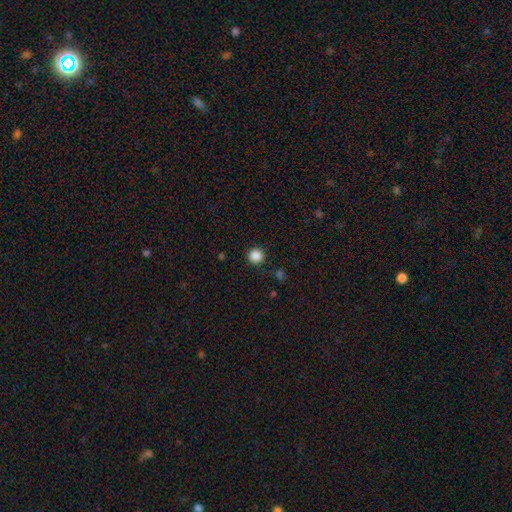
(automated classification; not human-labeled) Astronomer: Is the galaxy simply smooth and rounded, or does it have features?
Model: smooth — 86%.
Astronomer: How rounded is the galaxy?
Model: round — 94%.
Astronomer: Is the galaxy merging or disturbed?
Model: none — 90%.